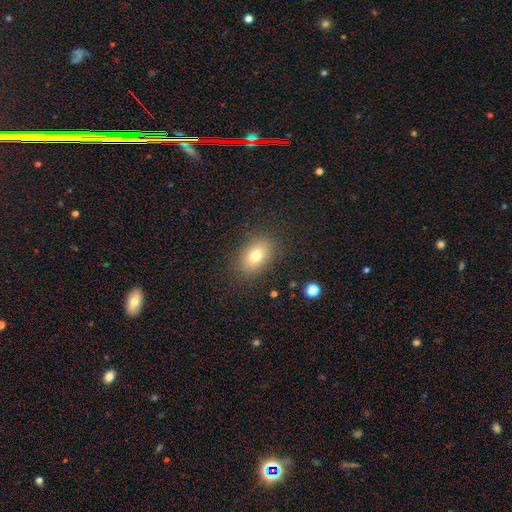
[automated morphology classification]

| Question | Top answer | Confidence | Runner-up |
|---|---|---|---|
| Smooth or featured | smooth | 77% | featured or disk (13%) |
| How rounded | in between | 83% | round (15%) |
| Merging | none | 86% | minor disturbance (9%) |